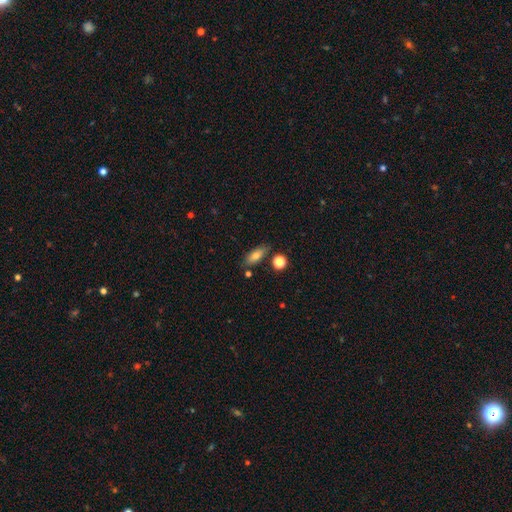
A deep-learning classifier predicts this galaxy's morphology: A smooth galaxy with no disk features (74%) that is in between round and cigar-shaped (75%).

Vote fractions:
- Smooth or featured? smooth: 74% / featured or disk: 17% / star or artifact: 9%
- How rounded? in between: 75% / cigar-shaped: 20% / round: 6%
- Merging? none: 78% / minor disturbance: 13% / merger: 6% / major disturbance: 3%